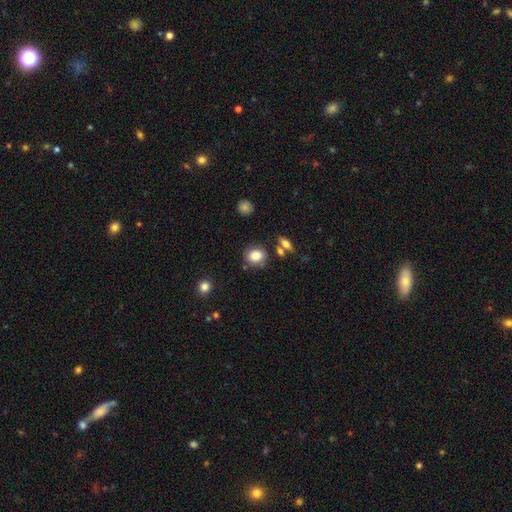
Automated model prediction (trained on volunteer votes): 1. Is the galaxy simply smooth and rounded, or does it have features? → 82% smooth, 10% star or artifact, 8% featured or disk.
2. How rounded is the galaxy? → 58% round, 41% in between, 1% cigar-shaped.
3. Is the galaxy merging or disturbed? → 74% none, 13% minor disturbance, 9% merger, 4% major disturbance.